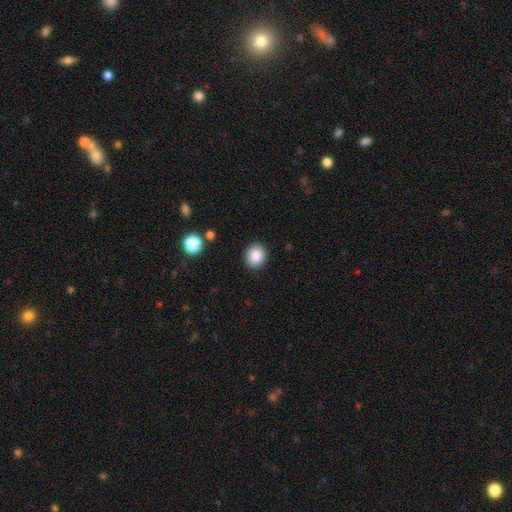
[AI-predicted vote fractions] smooth_or_featured: smooth (p=0.87) [alt: star or artifact p=0.09]
how_rounded: round (p=0.71) [alt: in between p=0.28]
merging: none (p=0.90) [alt: minor disturbance p=0.07]